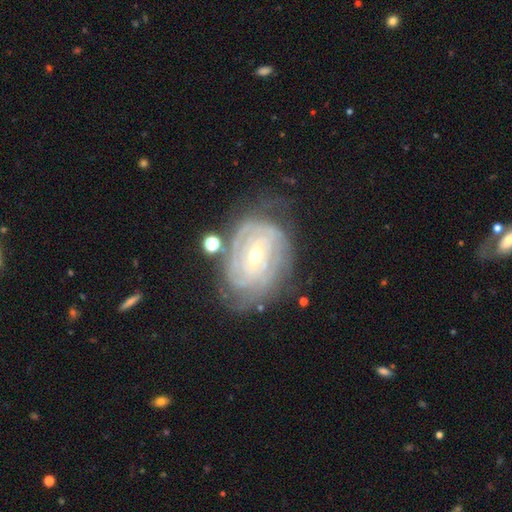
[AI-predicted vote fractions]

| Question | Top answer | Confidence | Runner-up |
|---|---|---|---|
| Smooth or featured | featured or disk | 87% | smooth (7%) |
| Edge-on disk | no | 96% | yes (4%) |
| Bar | no | 45% | weak (40%) |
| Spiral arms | yes | 95% | no (5%) |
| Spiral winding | tight | 81% | medium (16%) |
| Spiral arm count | can't tell | 38% | 3 (18%) |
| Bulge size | moderate | 50% | small (46%) |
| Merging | none | 65% | minor disturbance (21%) |